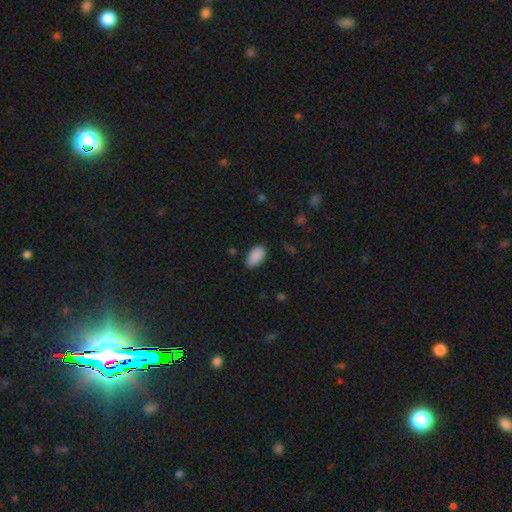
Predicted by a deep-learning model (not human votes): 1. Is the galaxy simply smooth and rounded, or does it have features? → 89% smooth, 7% star or artifact, 3% featured or disk.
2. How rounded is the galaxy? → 94% in between, 4% round, 2% cigar-shaped.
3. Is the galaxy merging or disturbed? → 80% none, 16% minor disturbance, 3% major disturbance, 1% merger.